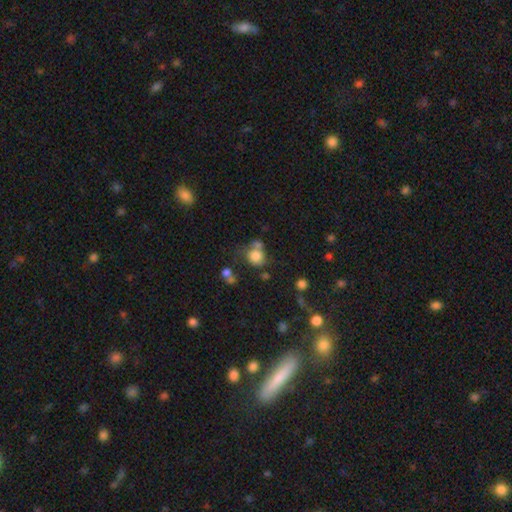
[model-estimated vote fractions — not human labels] A smooth galaxy with no disk features (79%) that is round (81%). Merging: none (49%).